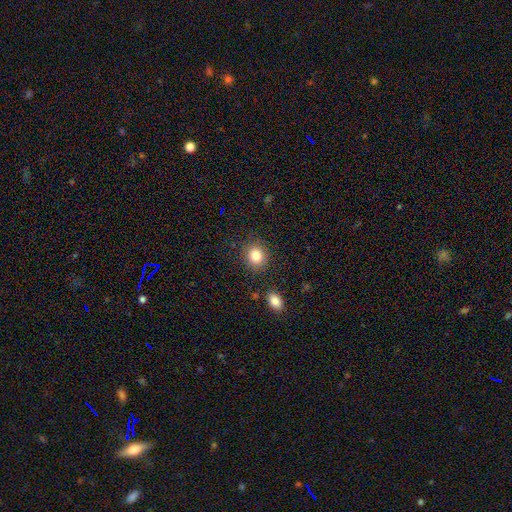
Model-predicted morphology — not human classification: This appears to be a smooth galaxy with no disk features (83%) that is round (75%). Merging: none (86%).